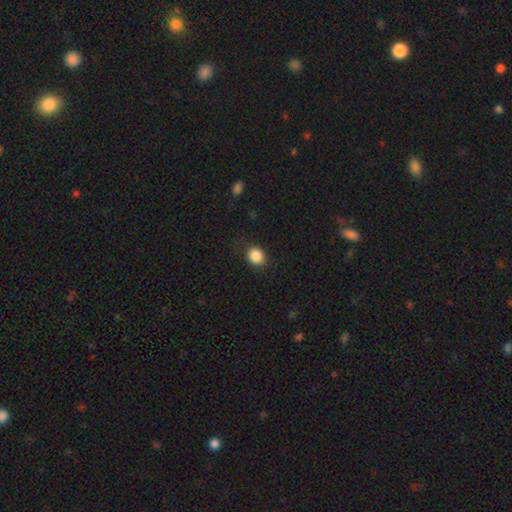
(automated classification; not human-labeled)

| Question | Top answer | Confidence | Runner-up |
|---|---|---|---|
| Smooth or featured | smooth | 87% | star or artifact (9%) |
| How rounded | round | 73% | in between (26%) |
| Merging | none | 85% | minor disturbance (11%) |